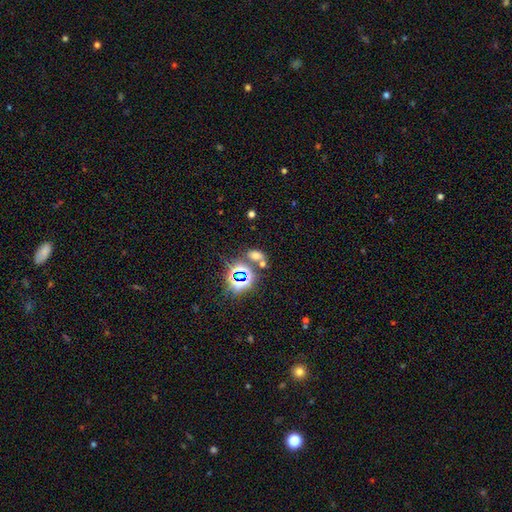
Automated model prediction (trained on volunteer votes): smooth 48%, star or artifact 42%, featured or disk 10%. Down the decision tree: merging — none (61%).